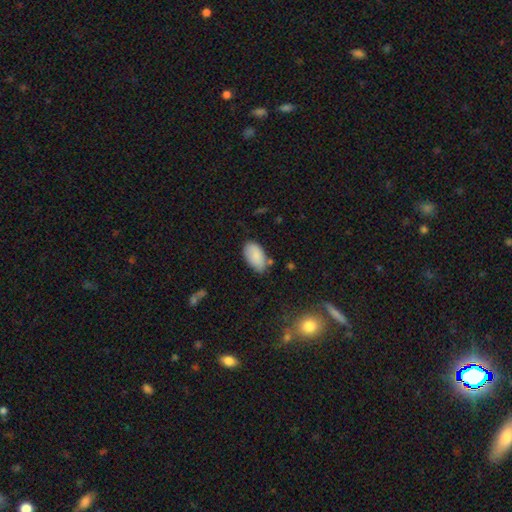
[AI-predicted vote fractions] Q: Smooth or featured?
A: smooth (86%); runner-up: featured or disk (7%)
Q: How rounded?
A: in between (95%); runner-up: round (3%)
Q: Merging?
A: none (69%); runner-up: minor disturbance (23%)